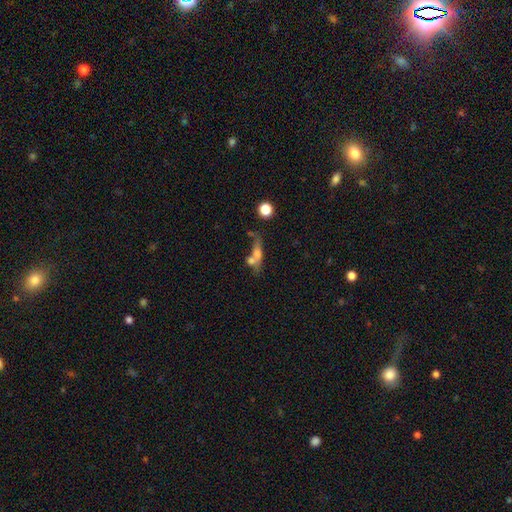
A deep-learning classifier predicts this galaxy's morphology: Smooth or featured?
  - smooth: 52% *
  - featured or disk: 36%
  - star or artifact: 12%
How rounded?
  - in between: 44% *
  - cigar-shaped: 41%
  - round: 15%
Merging?
  - merger: 40% *
  - none: 37%
  - minor disturbance: 13%
  - major disturbance: 10%